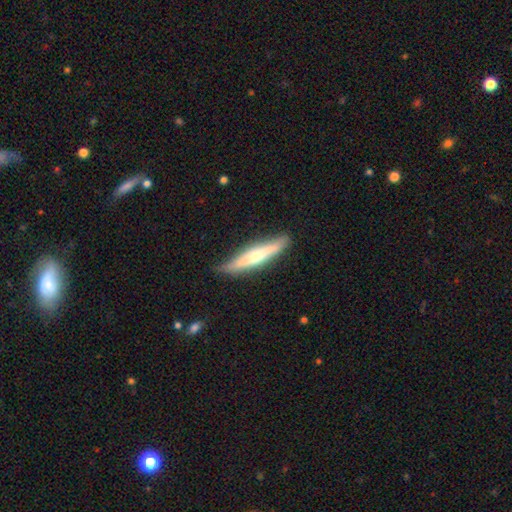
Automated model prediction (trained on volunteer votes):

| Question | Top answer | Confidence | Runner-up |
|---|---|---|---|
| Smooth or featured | featured or disk | 58% | smooth (36%) |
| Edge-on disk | yes | 92% | no (8%) |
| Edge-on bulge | rounded | 82% | none (12%) |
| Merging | none | 84% | minor disturbance (12%) |